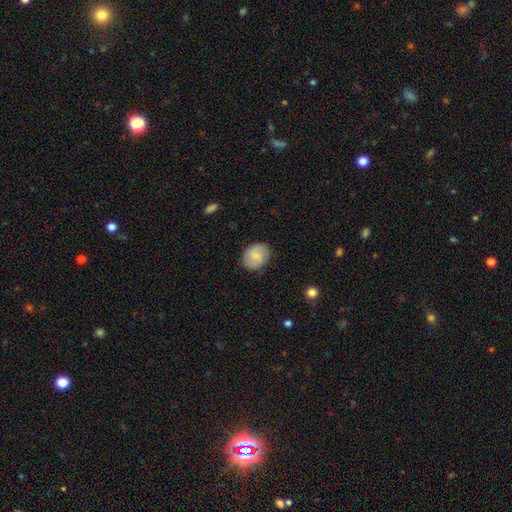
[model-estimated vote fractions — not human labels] smooth-or-featured: smooth: 60% | featured or disk: 33% | star or artifact: 7%
  how-rounded: round: 54% | in between: 45% | cigar-shaped: 1%
  merging: none: 81% | minor disturbance: 15% | major disturbance: 3% | merger: 1%